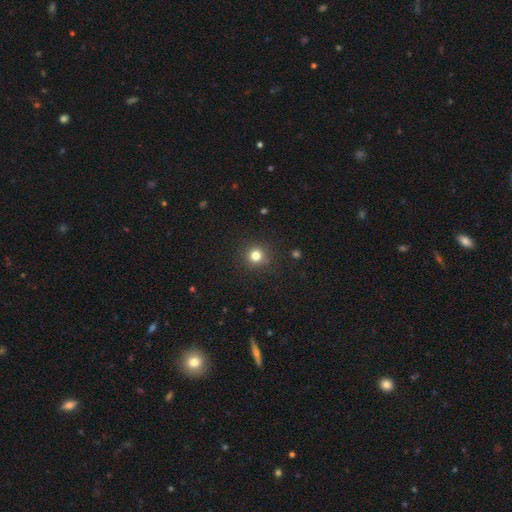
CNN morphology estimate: Smooth or featured: smooth — 80% (star or artifact — 15%)
How rounded: round — 94% (in between — 5%)
Merging: none — 90% (minor disturbance — 6%)